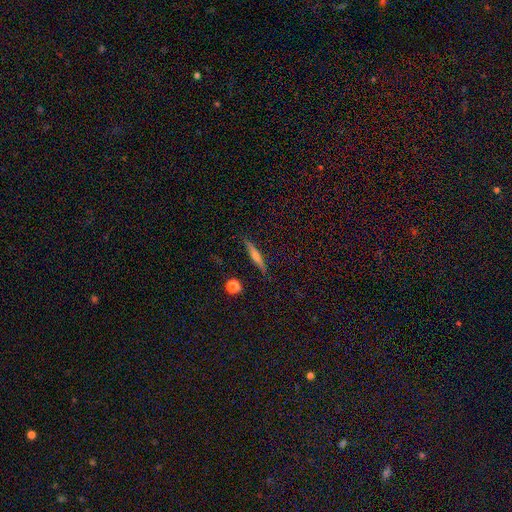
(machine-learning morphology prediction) Smooth or featured? featured or disk (52%)
Edge-on disk? yes (96%)
Merging? none (88%)